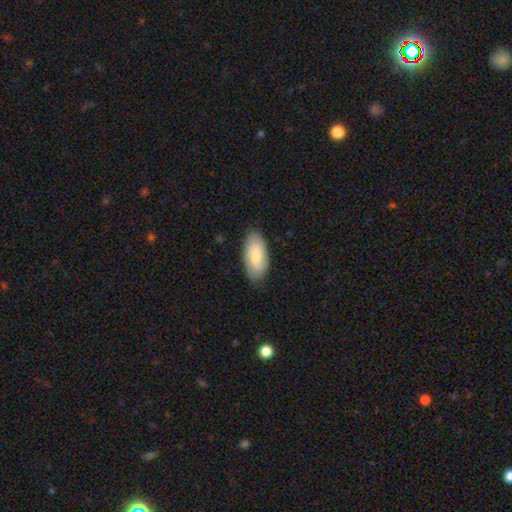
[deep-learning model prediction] The model was most divided on "smooth or featured": smooth: 73%, featured or disk: 22%, star or artifact: 5%. More confident: how rounded — in between (93%); merging — none (81%).